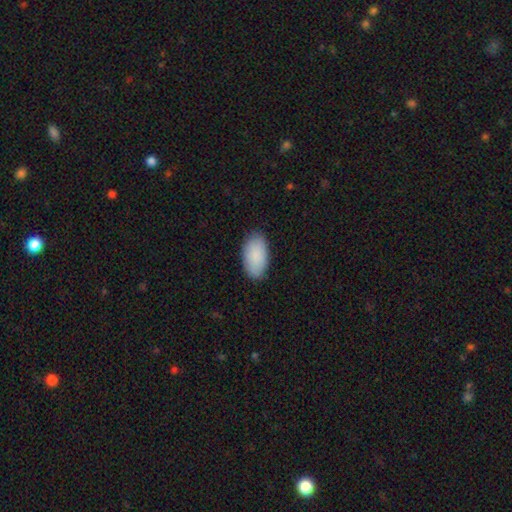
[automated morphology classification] Smooth or featured? smooth (89%)
How rounded? in between (95%)
Merging? none (86%)